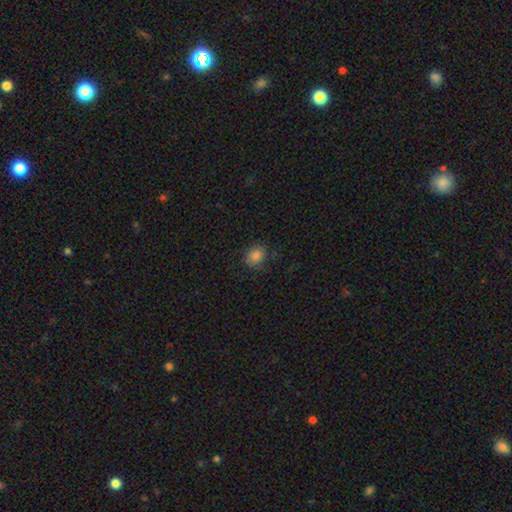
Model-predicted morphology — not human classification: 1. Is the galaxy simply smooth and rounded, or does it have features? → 82% smooth, 10% star or artifact, 8% featured or disk.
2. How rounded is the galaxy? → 55% round, 44% in between, 1% cigar-shaped.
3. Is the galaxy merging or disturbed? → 76% none, 18% minor disturbance, 6% major disturbance, 1% merger.